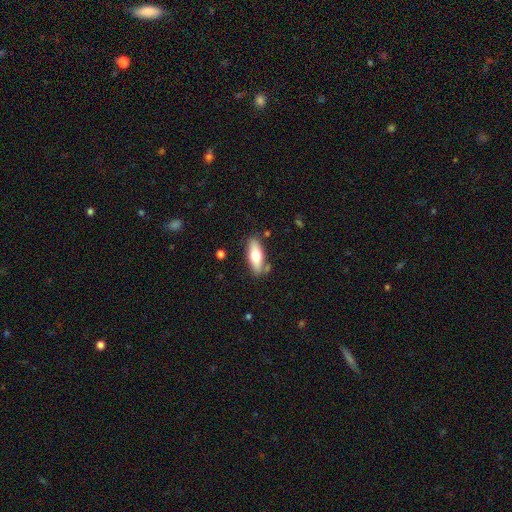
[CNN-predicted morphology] smooth_or_featured: smooth (p=0.66) [alt: featured or disk p=0.28]
how_rounded: in between (p=0.68) [alt: cigar-shaped p=0.29]
merging: none (p=0.79) [alt: minor disturbance p=0.13]